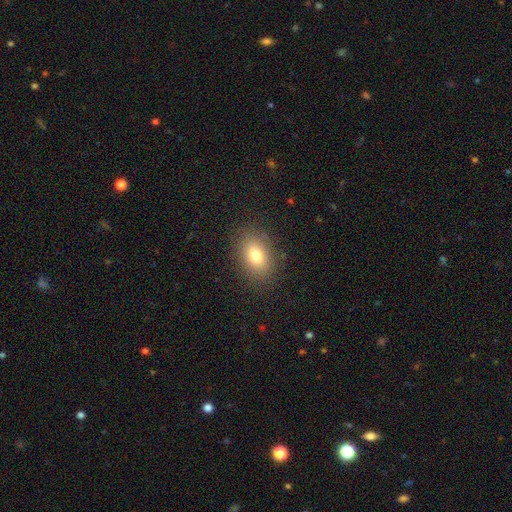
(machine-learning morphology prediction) Q: Smooth or featured?
A: smooth (79%); runner-up: featured or disk (10%)
Q: How rounded?
A: in between (80%); runner-up: round (19%)
Q: Merging?
A: none (86%); runner-up: minor disturbance (9%)